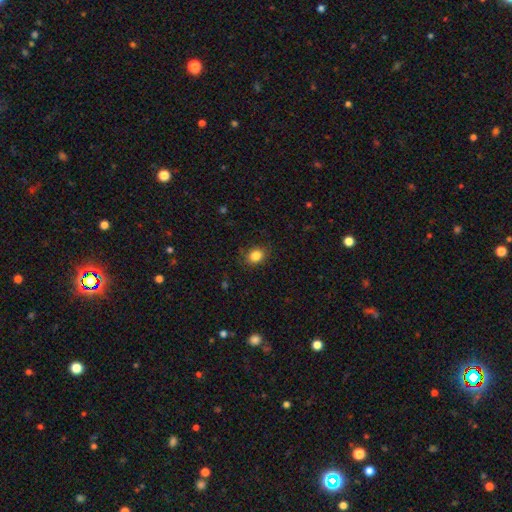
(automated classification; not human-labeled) The model was most divided on "how rounded": in between: 51%, round: 48%, cigar-shaped: 1%. More confident: smooth or featured — smooth (85%); merging — none (85%).